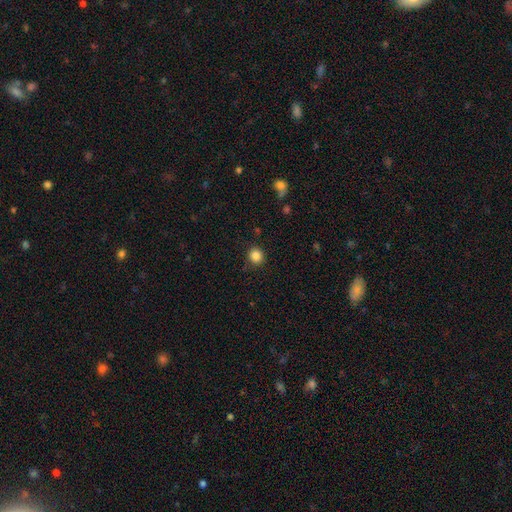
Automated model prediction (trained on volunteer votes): A smooth galaxy with no disk features (85%) that is round (89%).

Vote fractions:
- Smooth or featured? smooth: 85% / star or artifact: 11% / featured or disk: 3%
- How rounded? round: 89% / in between: 10% / cigar-shaped: 1%
- Merging? none: 88% / minor disturbance: 8% / major disturbance: 3% / merger: 1%